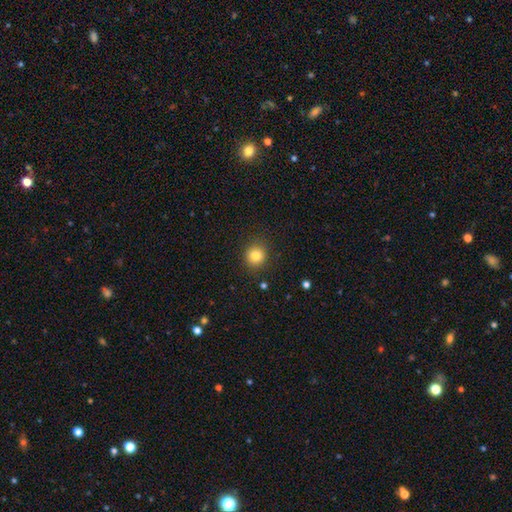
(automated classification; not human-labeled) Overall: smooth (83%). How rounded: round (90%). Merging: none (88%).